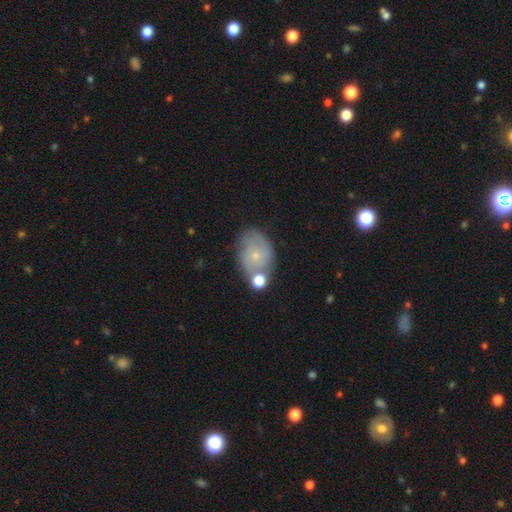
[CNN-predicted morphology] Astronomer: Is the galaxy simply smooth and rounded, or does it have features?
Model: featured or disk — 49% (runner-up: smooth, 40%).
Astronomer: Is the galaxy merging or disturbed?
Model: none — 51%.